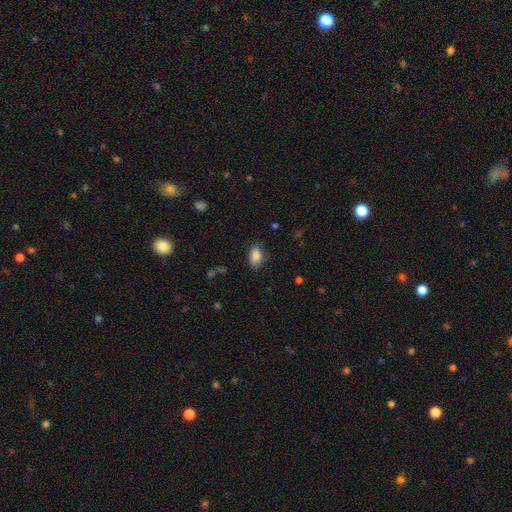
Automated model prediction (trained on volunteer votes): This appears to be a smooth galaxy with no disk features (85%) that is in between round and cigar-shaped (90%). Merging: none (77%).